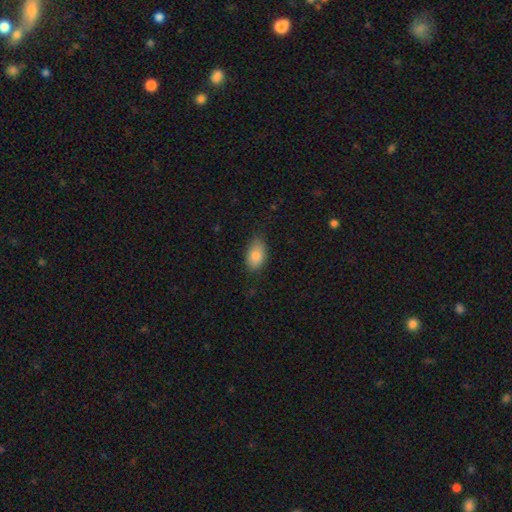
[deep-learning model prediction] This is clearly a smooth galaxy (83%). How rounded: clearly in between (91%). Merging: likely none (73%).